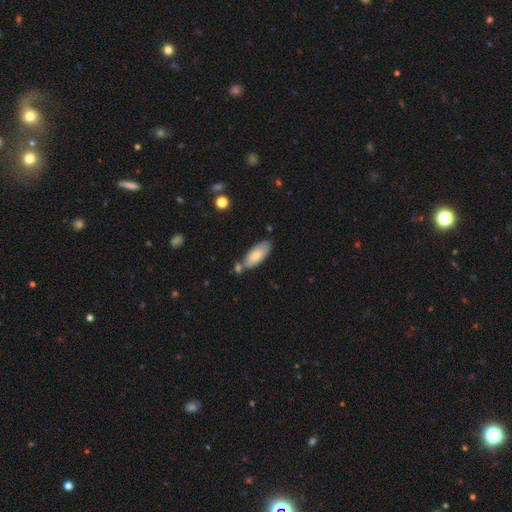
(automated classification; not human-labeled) A smooth galaxy with no disk features (75%) that is in between round and cigar-shaped (81%).

Vote fractions:
- Smooth or featured? smooth: 75% / featured or disk: 19% / star or artifact: 6%
- How rounded? in between: 81% / cigar-shaped: 17% / round: 2%
- Merging? none: 62% / minor disturbance: 18% / merger: 16% / major disturbance: 4%